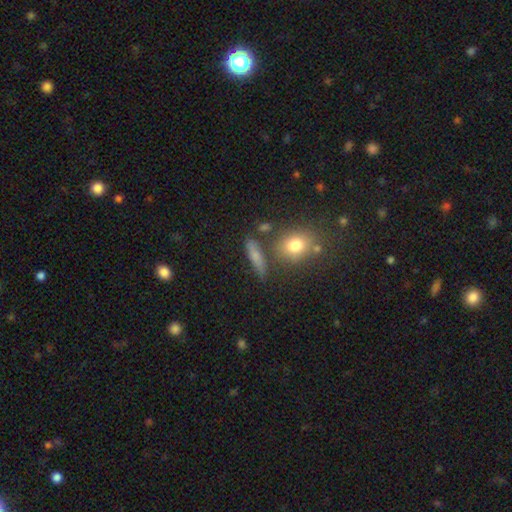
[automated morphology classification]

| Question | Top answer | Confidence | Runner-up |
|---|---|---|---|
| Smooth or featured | smooth | 67% | featured or disk (21%) |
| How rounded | cigar-shaped | 61% | in between (26%) |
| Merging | none | 73% | minor disturbance (14%) |